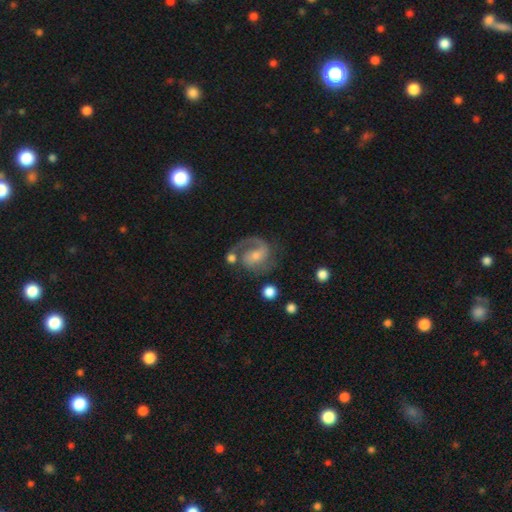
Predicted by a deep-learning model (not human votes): smooth-or-featured: featured or disk: 84% | smooth: 10% | star or artifact: 5%
  disk-edge-on: no: 98% | yes: 2%
    bar: weak: 45% | no: 41% | strong: 14%
    has-spiral-arms: yes: 96% | no: 4%
      spiral-winding: medium: 52% | tight: 25% | loose: 22%
      spiral-arm-count: 2: 55% | 1: 38% | can't tell: 4% | 3: 2% | 4: 1% | more than 4: 1%
    bulge-size: small: 48% | moderate: 42% | none: 5% | large: 4% | dominant: 1%
  merging: none: 55% | major disturbance: 19% | minor disturbance: 17% | merger: 9%